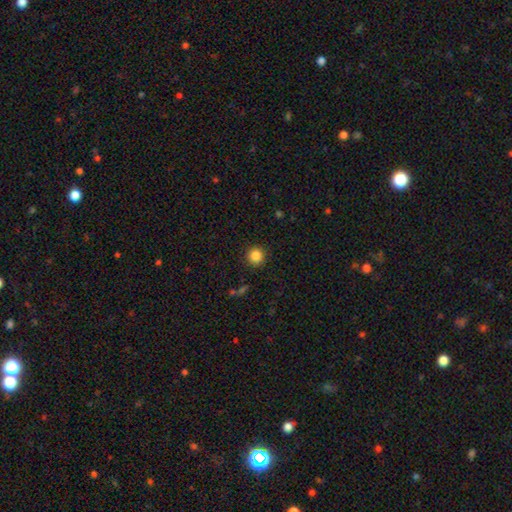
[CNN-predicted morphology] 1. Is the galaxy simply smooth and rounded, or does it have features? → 85% smooth, 11% star or artifact, 5% featured or disk.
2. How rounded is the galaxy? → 95% round, 5% in between, 1% cigar-shaped.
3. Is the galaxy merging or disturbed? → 91% none, 5% minor disturbance, 2% major disturbance, 1% merger.